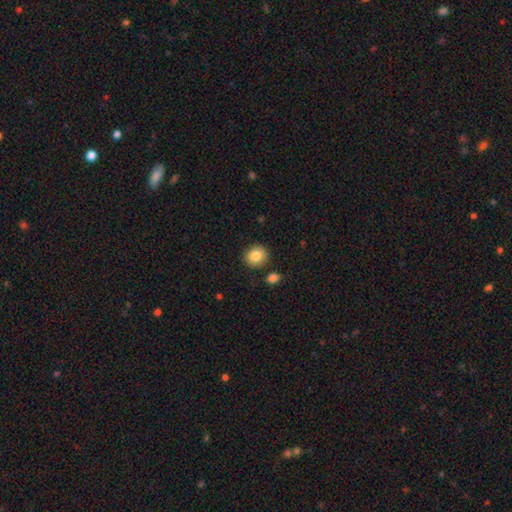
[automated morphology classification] A smooth galaxy with no disk features (85%) that is round (81%). Merging: none (87%).